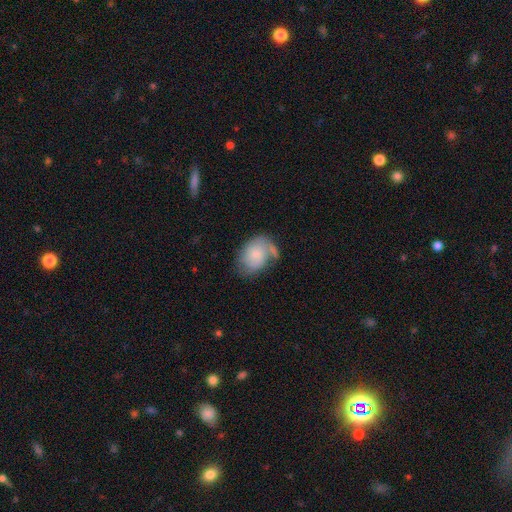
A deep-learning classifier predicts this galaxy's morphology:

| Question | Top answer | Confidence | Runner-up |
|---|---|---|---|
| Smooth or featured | smooth | 62% | featured or disk (31%) |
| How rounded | in between | 70% | round (29%) |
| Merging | none | 38% | minor disturbance (28%) |